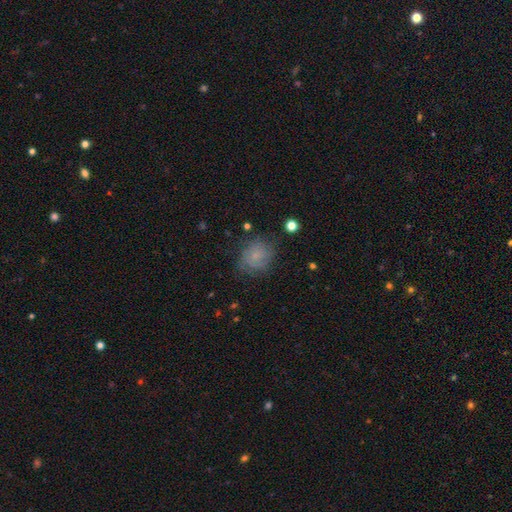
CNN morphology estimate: Smooth or featured?
  - smooth: 56% *
  - featured or disk: 32%
  - star or artifact: 12%
How rounded?
  - round: 65% *
  - in between: 34%
  - cigar-shaped: 1%
Merging?
  - none: 68% *
  - minor disturbance: 21%
  - major disturbance: 9%
  - merger: 2%